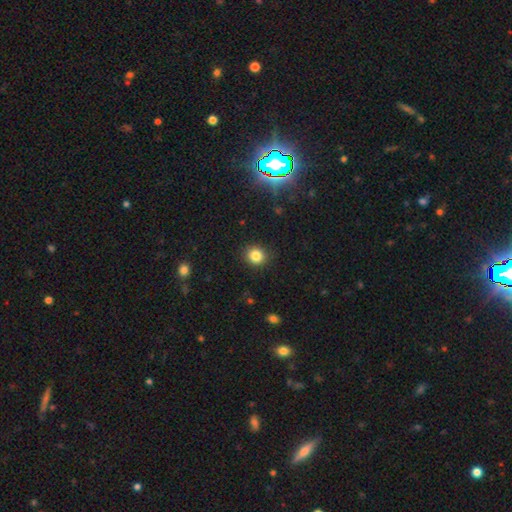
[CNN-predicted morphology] Smooth or featured: smooth — 83% (star or artifact — 12%)
How rounded: round — 84% (in between — 15%)
Merging: none — 90% (minor disturbance — 7%)